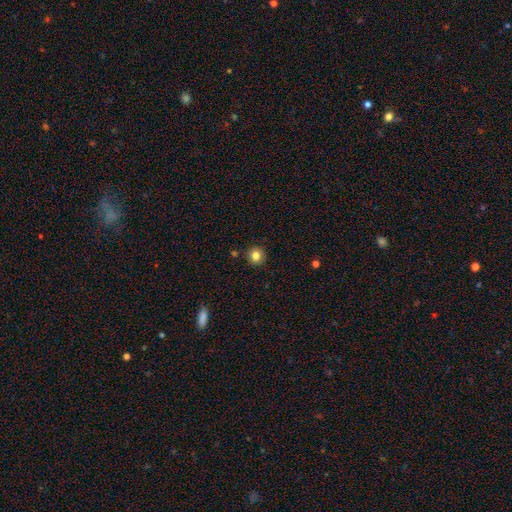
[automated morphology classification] smooth-or-featured: smooth: 82% | star or artifact: 11% | featured or disk: 7%
  how-rounded: round: 91% | in between: 8% | cigar-shaped: 1%
  merging: none: 89% | minor disturbance: 7% | merger: 3% | major disturbance: 2%